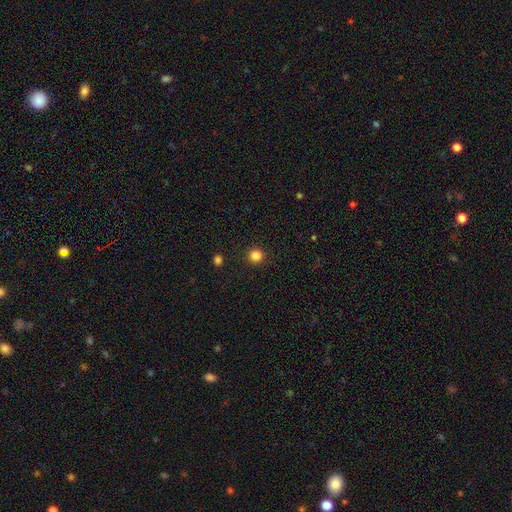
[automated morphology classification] smooth 84%, star or artifact 12%, featured or disk 4%. Down the decision tree: how rounded — round (94%); merging — none (92%).